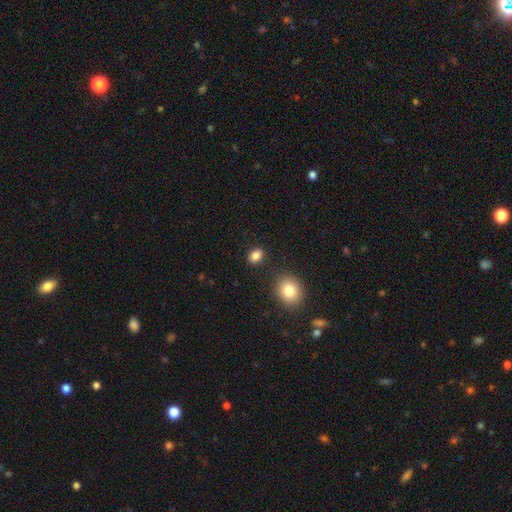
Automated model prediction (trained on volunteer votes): Smooth or featured? Predicted: smooth (p=0.85). How rounded? Predicted: in between (p=0.68). Merging? Predicted: none (p=0.84).